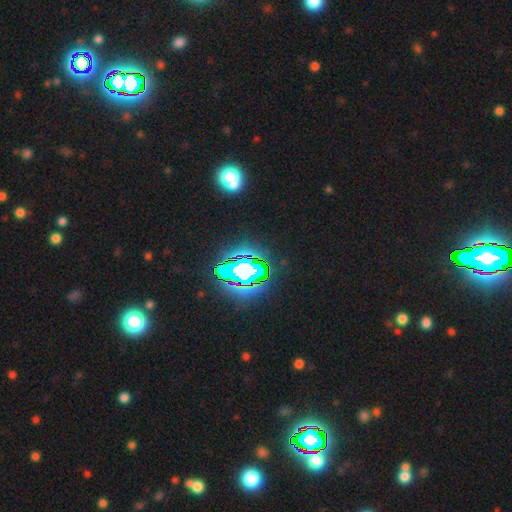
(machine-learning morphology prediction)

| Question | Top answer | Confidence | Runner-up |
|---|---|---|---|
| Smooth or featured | star or artifact | 83% | smooth (10%) |